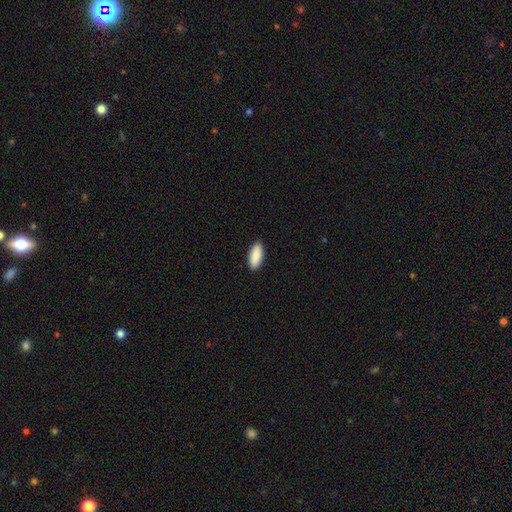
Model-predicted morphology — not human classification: smooth-or-featured: smooth: 91% | star or artifact: 6% | featured or disk: 3%
  how-rounded: in between: 84% | cigar-shaped: 14% | round: 2%
  merging: none: 91% | minor disturbance: 7% | major disturbance: 2% | merger: 1%